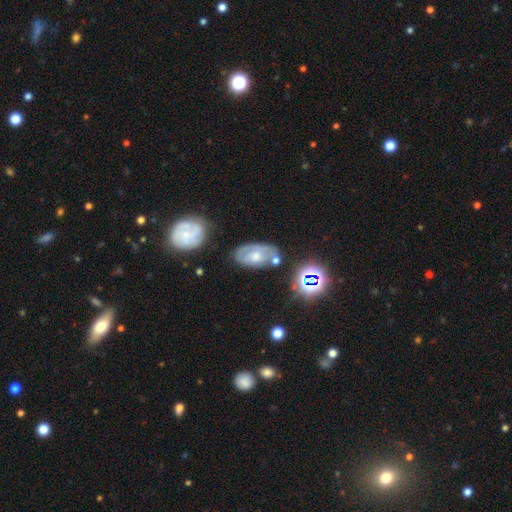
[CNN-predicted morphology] A featured or disk galaxy (51%). Merging: none (54%).